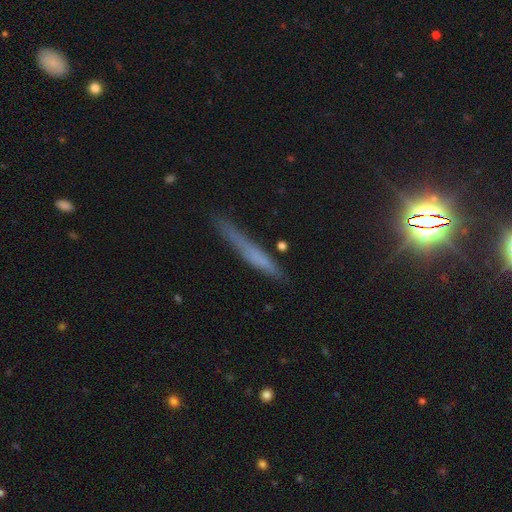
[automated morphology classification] Smooth or featured?
  - smooth: 52% *
  - featured or disk: 35%
  - star or artifact: 13%
How rounded?
  - cigar-shaped: 95% *
  - in between: 4%
  - round: 2%
Merging?
  - none: 75% *
  - minor disturbance: 18%
  - major disturbance: 4%
  - merger: 3%